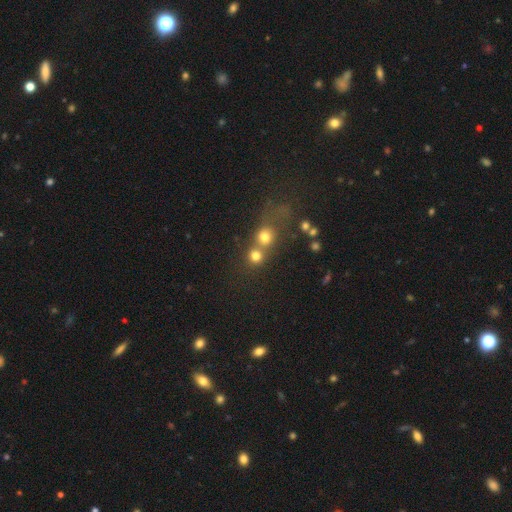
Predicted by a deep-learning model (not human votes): The model was most divided on "merging": none: 46%, merger: 44%, minor disturbance: 6%, major disturbance: 4%. More confident: how rounded — round (88%); smooth or featured — smooth (75%).